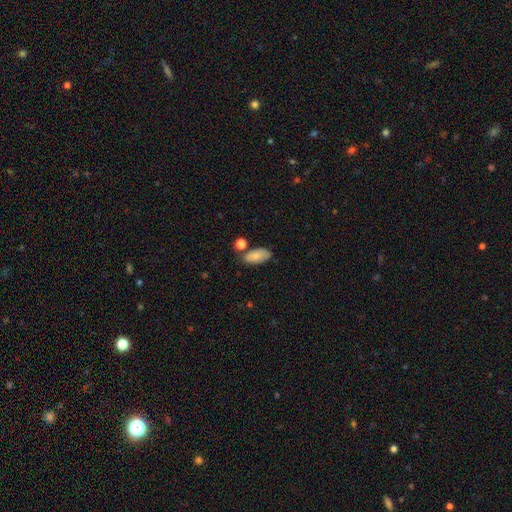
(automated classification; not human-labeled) Smooth or featured? smooth (82%)
How rounded? in between (92%)
Merging? none (66%)